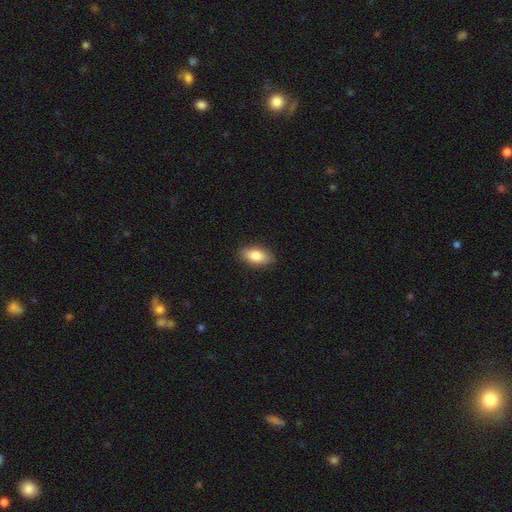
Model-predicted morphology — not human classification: A smooth galaxy with no disk features (83%) that is in between round and cigar-shaped (89%). Merging: none (88%).